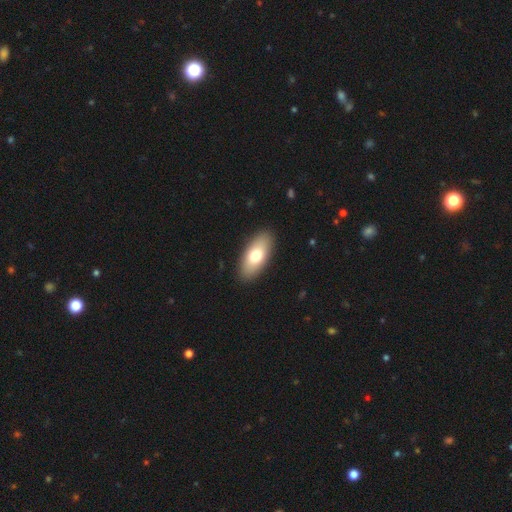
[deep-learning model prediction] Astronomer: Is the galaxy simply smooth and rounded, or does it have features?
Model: smooth — 73%.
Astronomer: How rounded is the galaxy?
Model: in between — 88%.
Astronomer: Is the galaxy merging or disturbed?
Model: none — 90%.